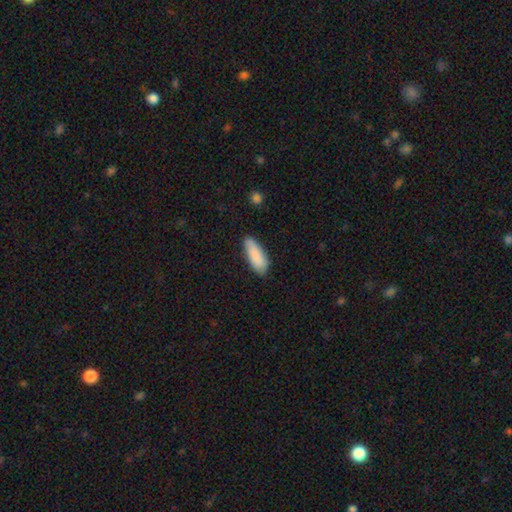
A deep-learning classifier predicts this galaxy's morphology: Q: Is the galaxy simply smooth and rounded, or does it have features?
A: smooth — 87%.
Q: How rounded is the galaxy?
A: in between — 68%.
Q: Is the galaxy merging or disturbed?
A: none — 78%.